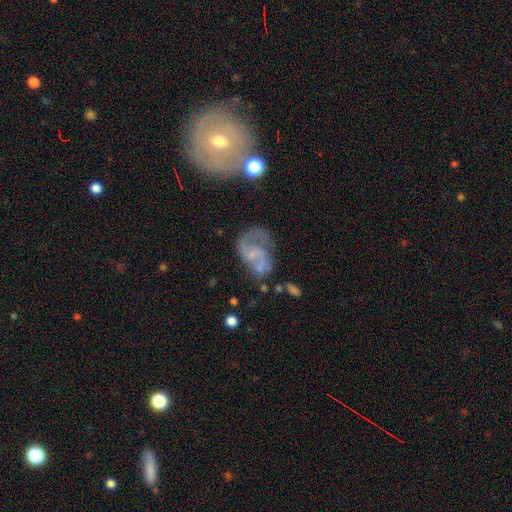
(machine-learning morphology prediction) A featured or disk galaxy (75%) with no bar (61%), 2 (73%) medium (43%) spiral arms (85%) and a small central bulge (53%). Merging: none (42%).